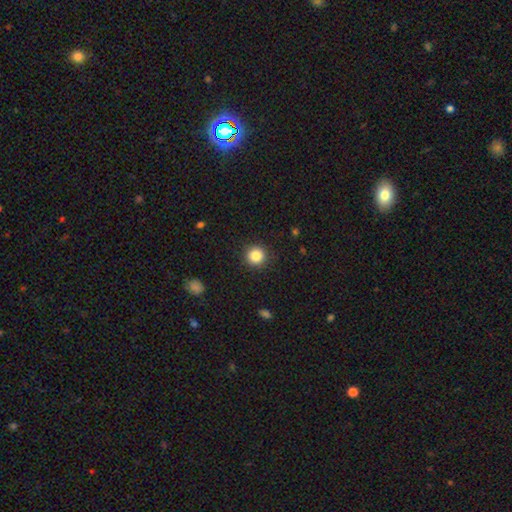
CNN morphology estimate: A smooth galaxy with no disk features (85%) that is round (94%).

Vote fractions:
- Smooth or featured? smooth: 85% / star or artifact: 10% / featured or disk: 5%
- How rounded? round: 94% / in between: 5% / cigar-shaped: 1%
- Merging? none: 90% / minor disturbance: 6% / major disturbance: 2% / merger: 1%